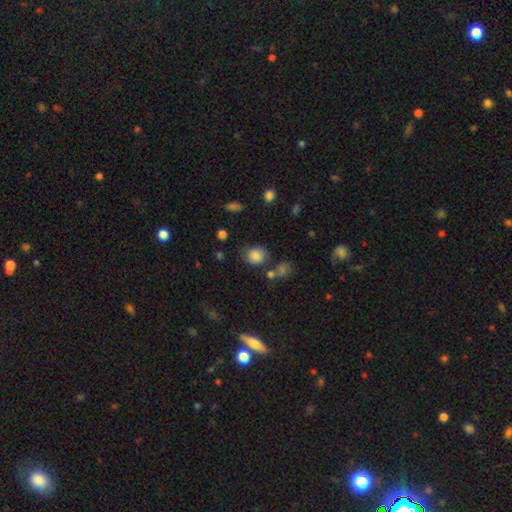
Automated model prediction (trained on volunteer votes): Smooth or featured?
  - smooth: 83% *
  - star or artifact: 10%
  - featured or disk: 6%
How rounded?
  - round: 66% *
  - in between: 33%
  - cigar-shaped: 1%
Merging?
  - none: 68% *
  - minor disturbance: 18%
  - merger: 8%
  - major disturbance: 6%